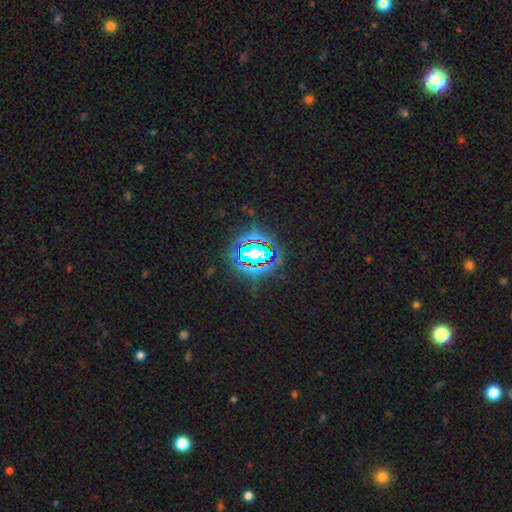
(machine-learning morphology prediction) type=star or artifact (73%).